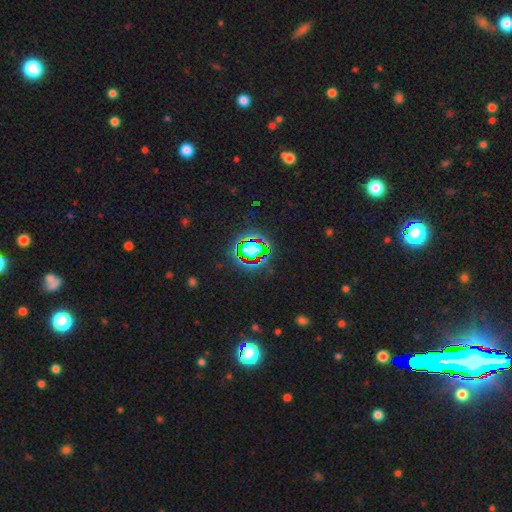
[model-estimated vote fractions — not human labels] smooth-or-featured: star or artifact: 83% | smooth: 10% | featured or disk: 7%